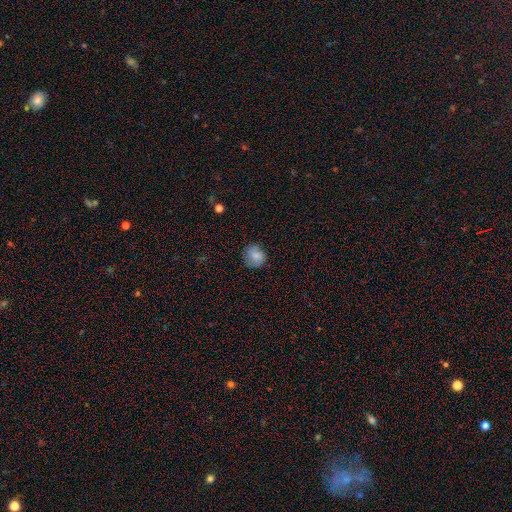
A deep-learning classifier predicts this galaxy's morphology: This is clearly a smooth galaxy (83%). How rounded: likely round (75%). Merging: likely none (76%).